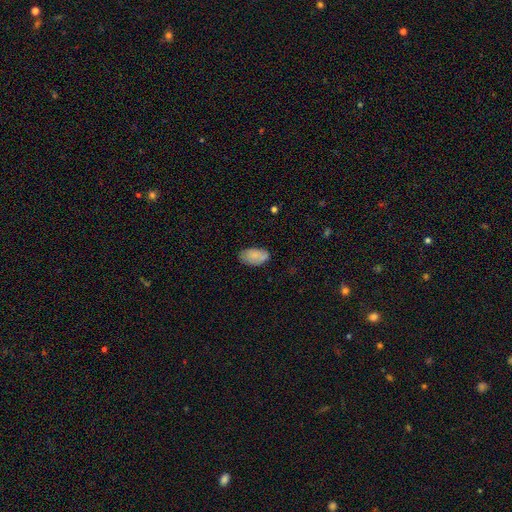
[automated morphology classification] A smooth galaxy with no disk features (82%) that is in between round and cigar-shaped (94%).

Vote fractions:
- Smooth or featured? smooth: 82% / featured or disk: 11% / star or artifact: 7%
- How rounded? in between: 94% / round: 5% / cigar-shaped: 2%
- Merging? none: 69% / minor disturbance: 23% / major disturbance: 5% / merger: 2%